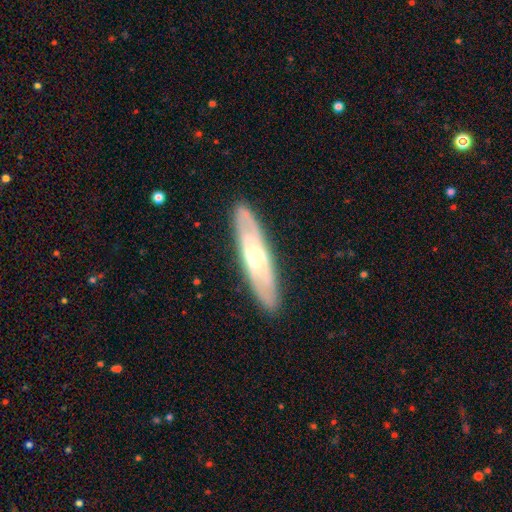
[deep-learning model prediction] Smooth or featured?
  - featured or disk: 65% *
  - smooth: 30%
  - star or artifact: 6%
Edge-on disk?
  - no: 54% *
  - yes: 46%
Merging?
  - none: 87% *
  - minor disturbance: 9%
  - major disturbance: 2%
  - merger: 1%